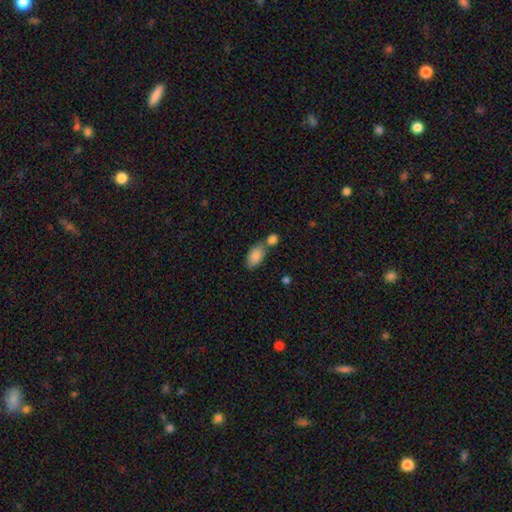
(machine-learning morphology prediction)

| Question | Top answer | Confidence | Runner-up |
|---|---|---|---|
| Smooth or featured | smooth | 86% | featured or disk (8%) |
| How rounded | in between | 92% | round (5%) |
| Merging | none | 50% | merger (33%) |